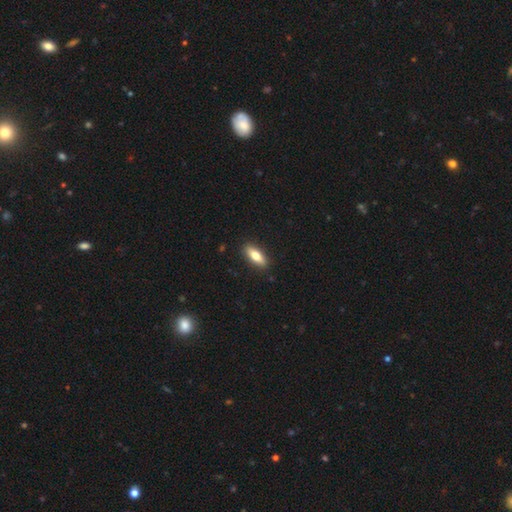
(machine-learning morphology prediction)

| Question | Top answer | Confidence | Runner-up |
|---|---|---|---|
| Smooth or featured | smooth | 70% | featured or disk (24%) |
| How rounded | in between | 65% | cigar-shaped (32%) |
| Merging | none | 90% | minor disturbance (8%) |